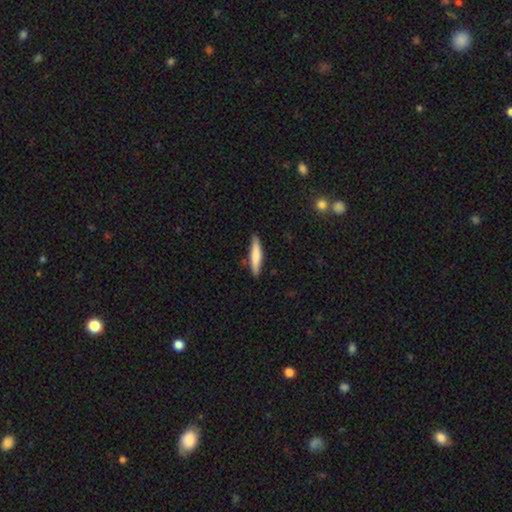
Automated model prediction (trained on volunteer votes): smooth_or_featured: smooth (p=0.77) [alt: featured or disk p=0.18]
how_rounded: cigar-shaped (p=0.86) [alt: in between p=0.13]
merging: none (p=0.86) [alt: minor disturbance p=0.11]